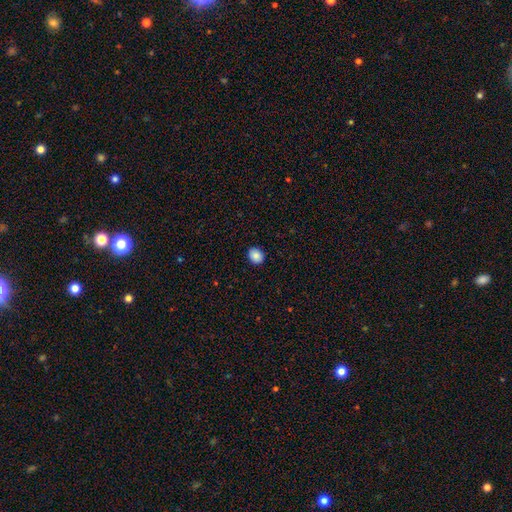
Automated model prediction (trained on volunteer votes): Q: Smooth or featured?
A: smooth (87%); runner-up: star or artifact (9%)
Q: How rounded?
A: round (58%); runner-up: in between (42%)
Q: Merging?
A: none (91%); runner-up: minor disturbance (7%)